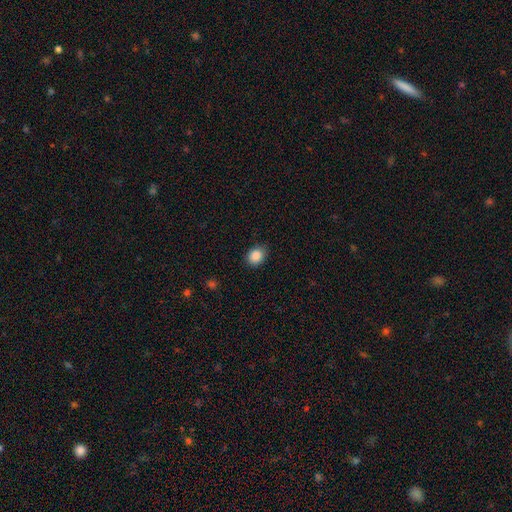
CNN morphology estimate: smooth 88%, star or artifact 9%, featured or disk 3%. Down the decision tree: how rounded — round (54%); merging — none (86%).